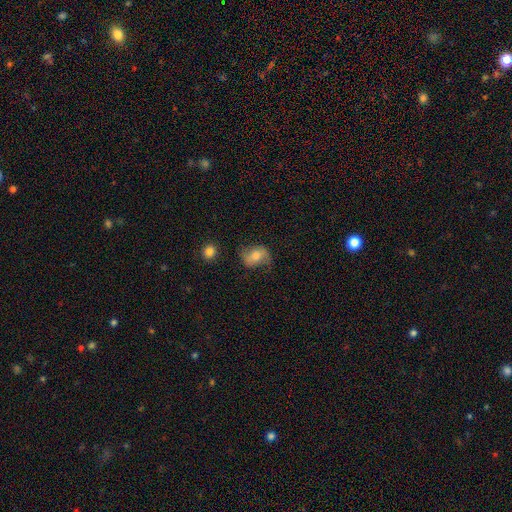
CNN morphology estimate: Smooth or featured? Predicted: smooth (p=0.58). How rounded? Predicted: in between (p=0.69). Merging? Predicted: none (p=0.63).